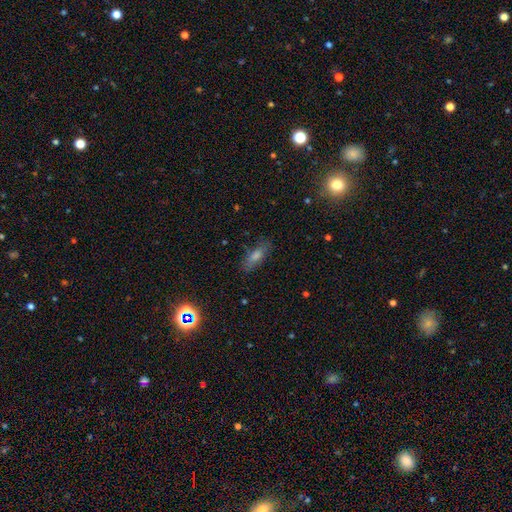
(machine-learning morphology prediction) Smooth or featured? Predicted: smooth (p=0.53). How rounded? Predicted: in between (p=0.58). Merging? Predicted: none (p=0.79).